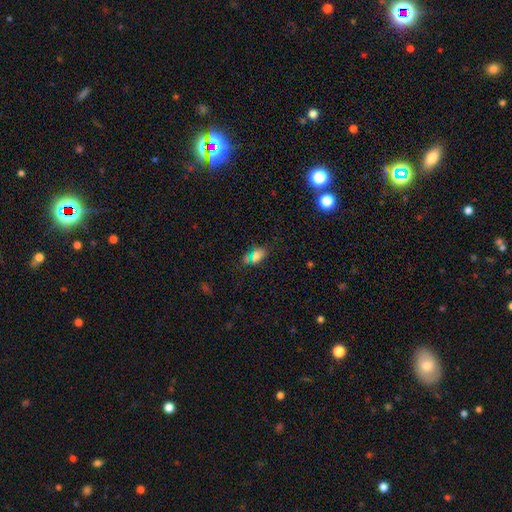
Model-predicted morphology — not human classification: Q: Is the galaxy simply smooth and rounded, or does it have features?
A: smooth — 67%.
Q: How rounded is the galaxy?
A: in between — 83%.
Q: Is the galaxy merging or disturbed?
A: none — 72%.